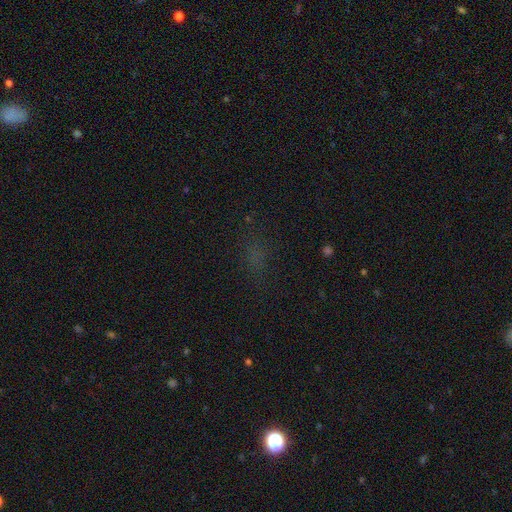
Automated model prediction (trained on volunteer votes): Smooth or featured? Predicted: smooth (p=0.46). Merging? Predicted: none (p=0.75).